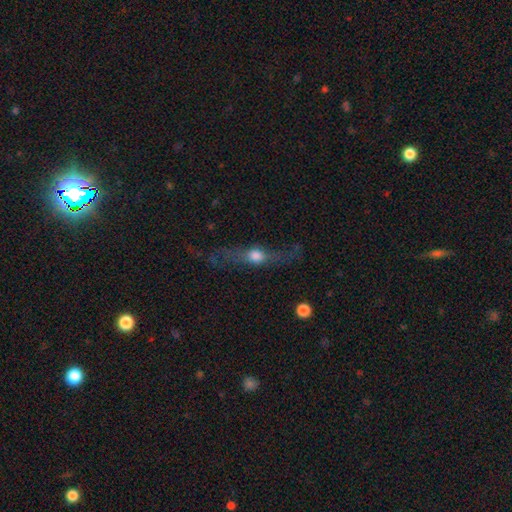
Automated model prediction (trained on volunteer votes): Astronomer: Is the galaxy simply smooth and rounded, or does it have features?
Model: featured or disk — 59%.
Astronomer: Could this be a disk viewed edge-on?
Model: yes — 84%.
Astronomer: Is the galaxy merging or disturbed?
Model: none — 68%.